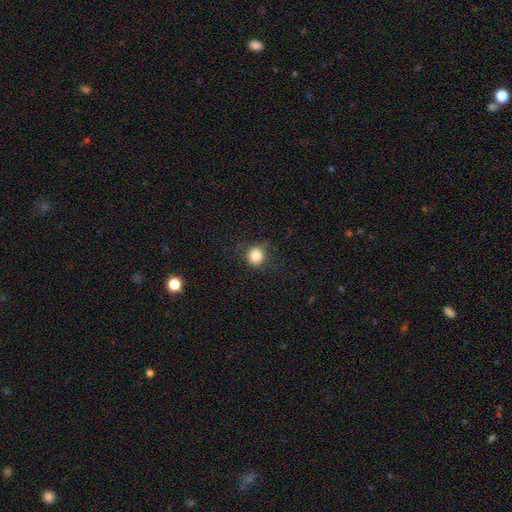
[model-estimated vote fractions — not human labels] The model was most divided on "merging": none: 74%, minor disturbance: 18%, major disturbance: 7%, merger: 1%. More confident: how rounded — round (84%); smooth or featured — smooth (83%).